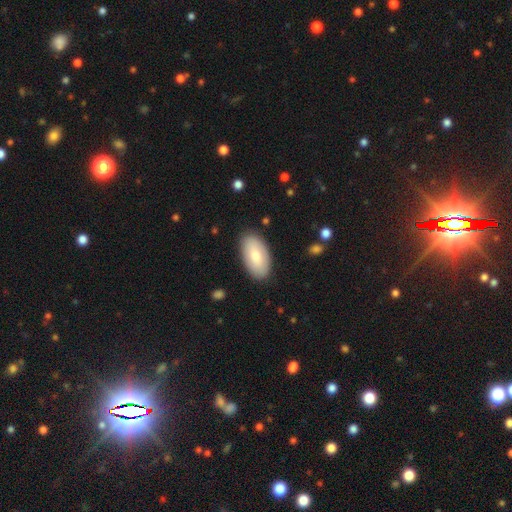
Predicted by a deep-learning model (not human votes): Overall: smooth (74%). How rounded: in between (95%). Merging: none (87%).